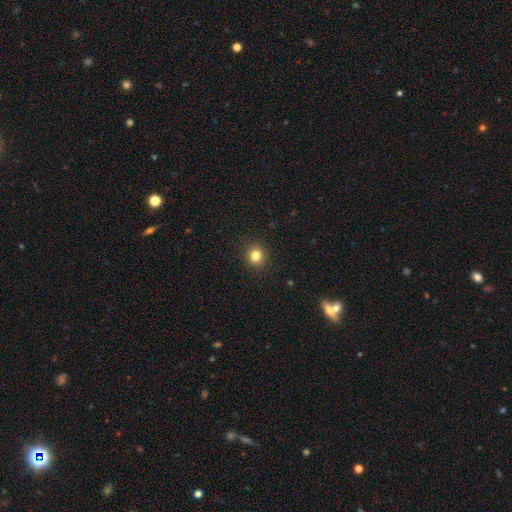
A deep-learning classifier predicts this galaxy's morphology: Smooth or featured? Predicted: smooth (p=0.82). How rounded? Predicted: round (p=0.89). Merging? Predicted: none (p=0.92).